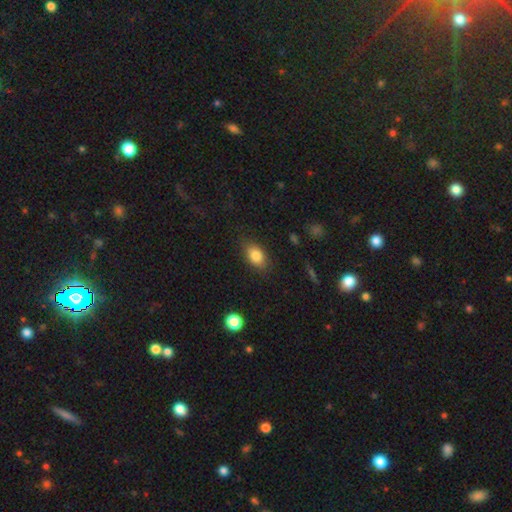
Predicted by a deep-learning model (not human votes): Q: Smooth or featured?
A: smooth (83%); runner-up: star or artifact (9%)
Q: How rounded?
A: in between (83%); runner-up: round (14%)
Q: Merging?
A: none (82%); runner-up: minor disturbance (13%)